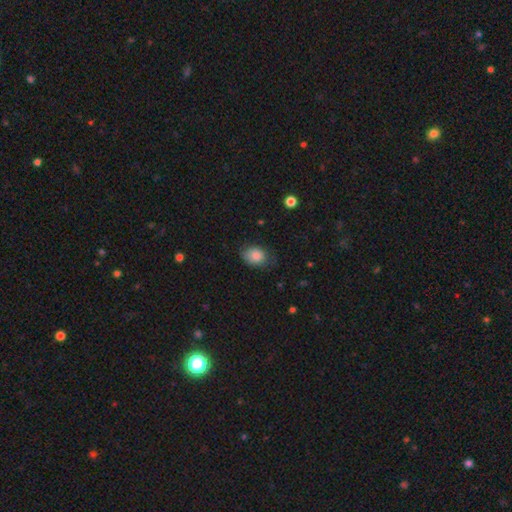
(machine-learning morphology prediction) Smooth or featured? Predicted: smooth (p=0.84). How rounded? Predicted: in between (p=0.65). Merging? Predicted: none (p=0.66).